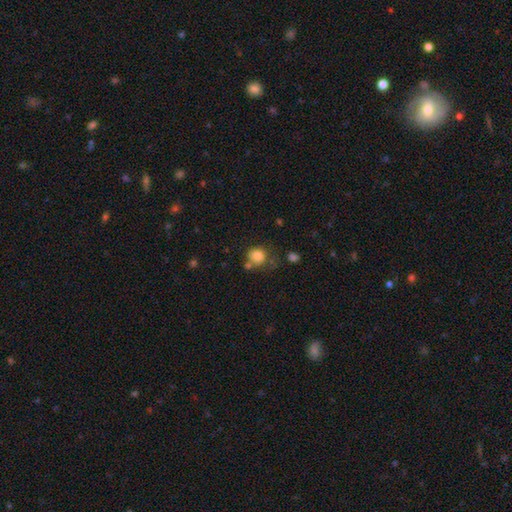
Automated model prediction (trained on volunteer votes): This appears to be a smooth galaxy with no disk features (82%) that is round (81%). Merging: none (59%).